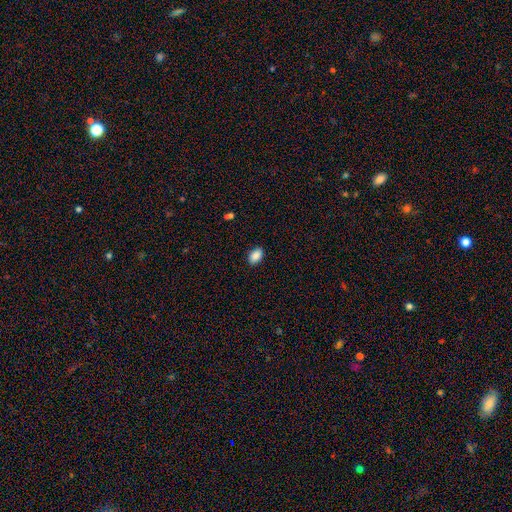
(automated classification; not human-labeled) This is clearly a smooth galaxy (88%). How rounded: clearly in between (89%). Merging: clearly none (88%).